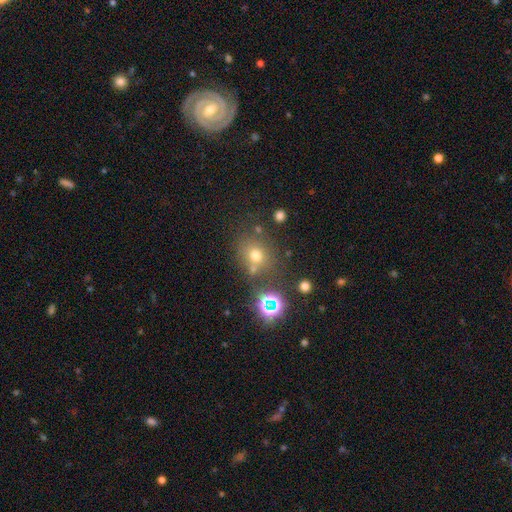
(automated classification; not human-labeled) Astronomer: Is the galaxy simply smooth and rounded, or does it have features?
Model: smooth — 63%.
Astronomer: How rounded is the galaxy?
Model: round — 78%.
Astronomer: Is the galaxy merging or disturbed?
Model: none — 67%.